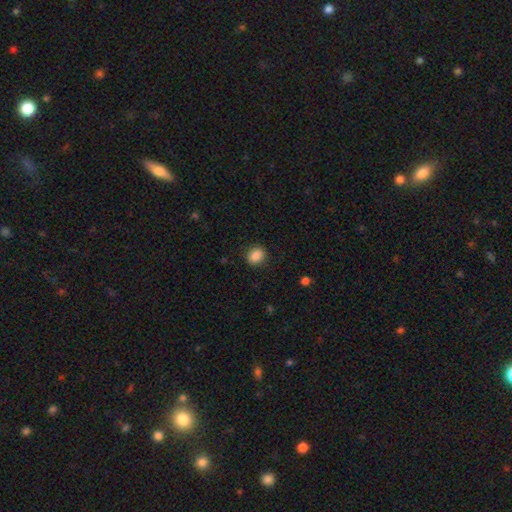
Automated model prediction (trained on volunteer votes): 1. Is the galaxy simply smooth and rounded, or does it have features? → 87% smooth, 9% star or artifact, 4% featured or disk.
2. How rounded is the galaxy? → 66% round, 33% in between, 1% cigar-shaped.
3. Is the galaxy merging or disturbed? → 86% none, 10% minor disturbance, 3% major disturbance, 1% merger.